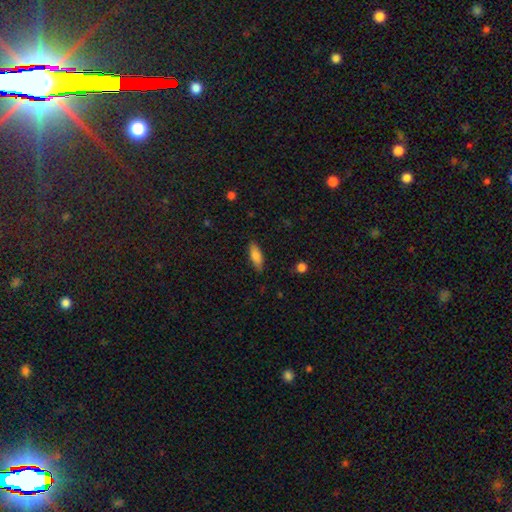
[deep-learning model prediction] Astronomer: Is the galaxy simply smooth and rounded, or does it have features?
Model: smooth — 83%.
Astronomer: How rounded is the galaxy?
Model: in between — 67%.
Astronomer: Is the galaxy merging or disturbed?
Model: none — 85%.